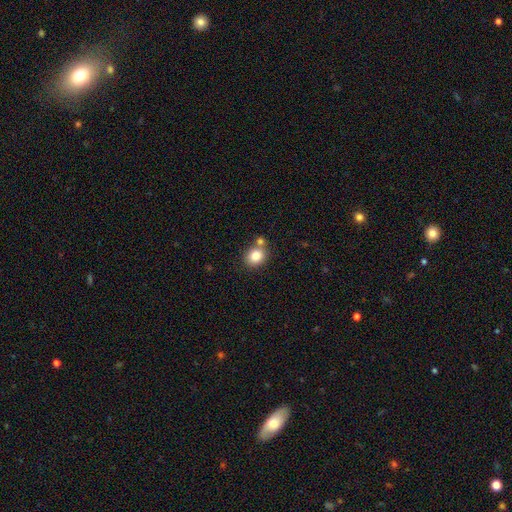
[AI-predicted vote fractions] smooth 84%, star or artifact 10%, featured or disk 7%. Down the decision tree: how rounded — round (67%); merging — none (64%).